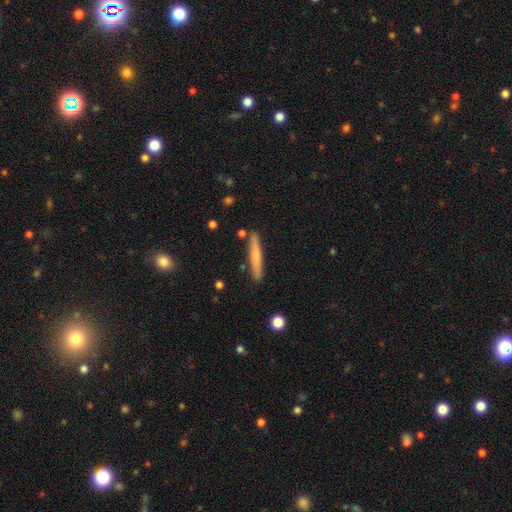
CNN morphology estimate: This appears to be a smooth galaxy with no disk features (61%) that is cigar-shaped (94%). Merging: none (86%).